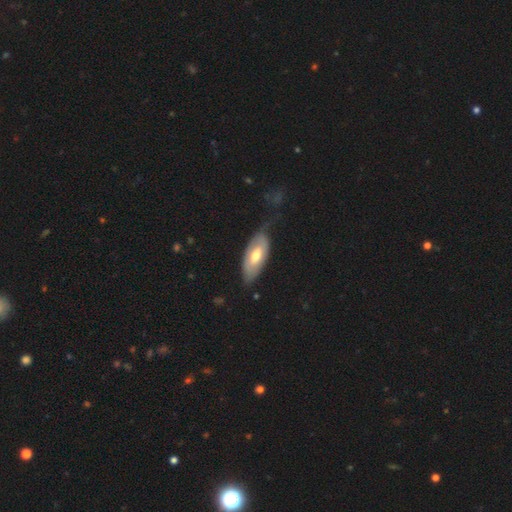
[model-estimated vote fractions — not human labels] smooth 52%, featured or disk 43%, star or artifact 5%. Down the decision tree: how rounded — in between (87%); merging — none (52%).